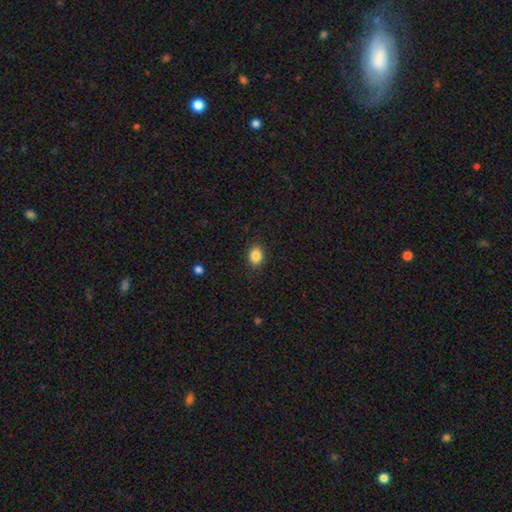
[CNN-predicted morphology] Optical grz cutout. It shows a smooth galaxy with no disk features (87%) that is in between round and cigar-shaped (66%). Merging: none (88%).